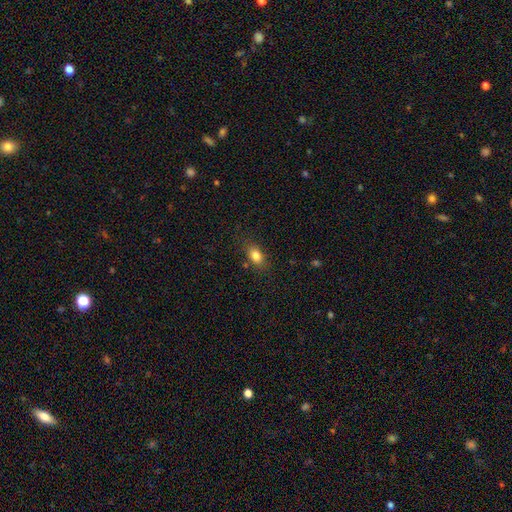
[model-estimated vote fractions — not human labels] The model was most divided on "merging": none: 79%, minor disturbance: 14%, major disturbance: 4%, merger: 3%. More confident: how rounded — in between (83%); smooth or featured — smooth (82%).